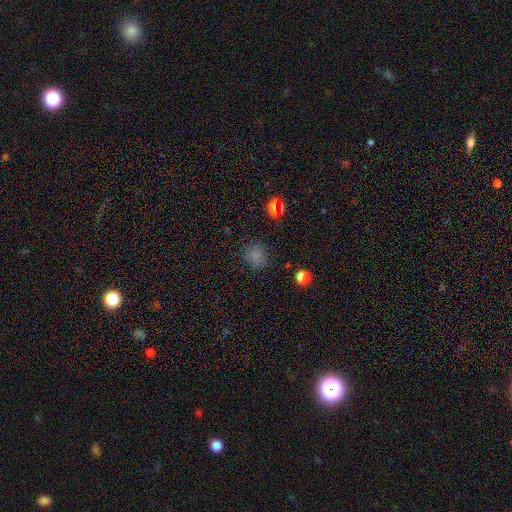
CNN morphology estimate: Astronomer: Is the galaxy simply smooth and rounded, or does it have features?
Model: smooth — 73%.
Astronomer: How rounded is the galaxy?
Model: round — 76%.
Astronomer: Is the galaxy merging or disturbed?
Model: none — 82%.